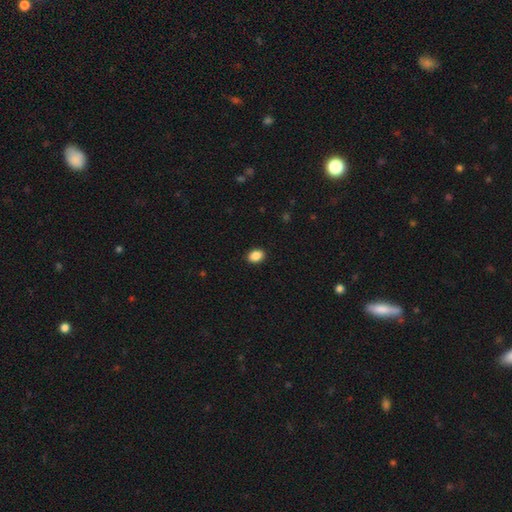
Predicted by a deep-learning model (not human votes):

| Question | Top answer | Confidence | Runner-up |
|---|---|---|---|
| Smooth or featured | smooth | 89% | star or artifact (8%) |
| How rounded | in between | 75% | round (24%) |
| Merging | none | 91% | minor disturbance (7%) |